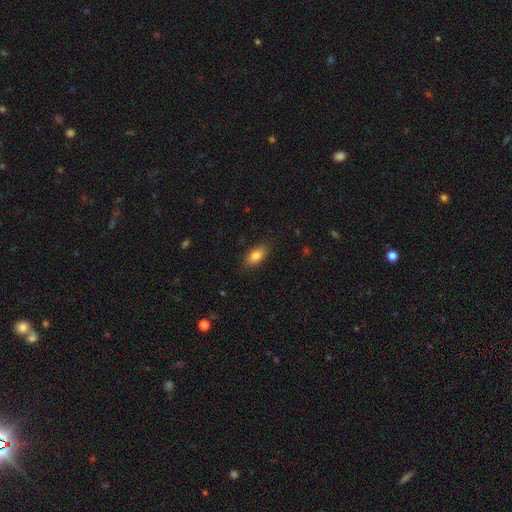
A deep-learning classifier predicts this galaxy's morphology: A smooth galaxy with no disk features (84%) that is in between round and cigar-shaped (89%).

Vote fractions:
- Smooth or featured? smooth: 84% / featured or disk: 9% / star or artifact: 8%
- How rounded? in between: 89% / cigar-shaped: 7% / round: 4%
- Merging? none: 85% / minor disturbance: 11% / major disturbance: 3% / merger: 1%